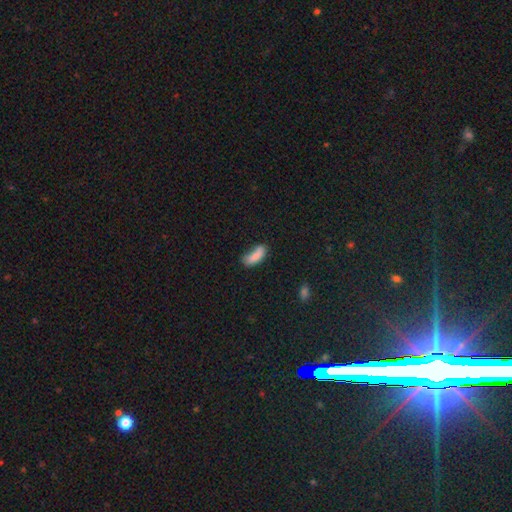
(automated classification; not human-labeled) This is clearly a smooth galaxy (81%). How rounded: likely in between (70%). Merging: marginally none (45%).